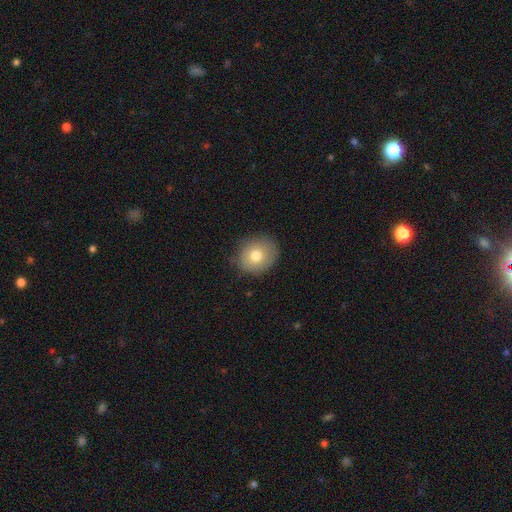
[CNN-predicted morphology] A smooth galaxy with no disk features (76%) that is round (76%).

Vote fractions:
- Smooth or featured? smooth: 76% / featured or disk: 14% / star or artifact: 10%
- How rounded? round: 76% / in between: 23% / cigar-shaped: 1%
- Merging? none: 80% / minor disturbance: 15% / major disturbance: 3% / merger: 1%